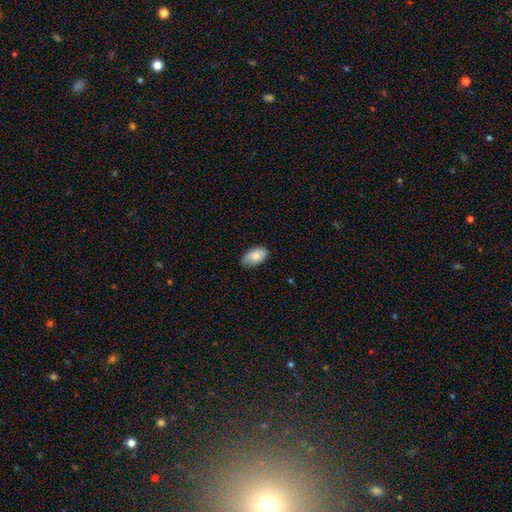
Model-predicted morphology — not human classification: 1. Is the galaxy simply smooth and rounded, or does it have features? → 85% smooth, 8% featured or disk, 7% star or artifact.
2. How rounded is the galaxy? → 94% in between, 4% round, 2% cigar-shaped.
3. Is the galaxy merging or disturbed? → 82% none, 15% minor disturbance, 2% major disturbance, 1% merger.